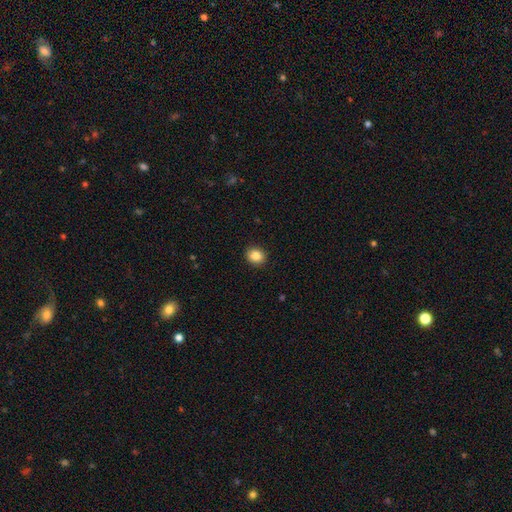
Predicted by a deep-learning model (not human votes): Overall: smooth (86%). How rounded: round (69%; in between 30%). Merging: none (91%).